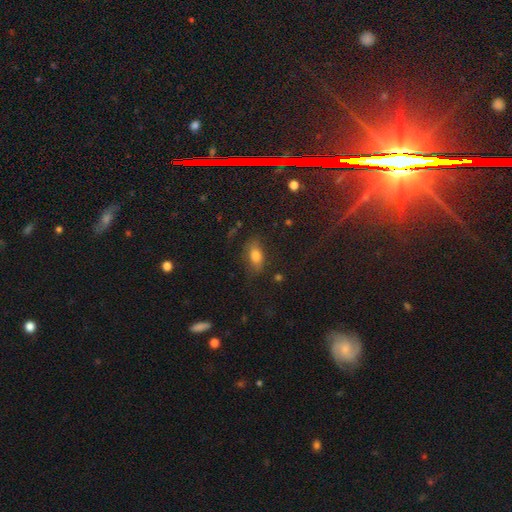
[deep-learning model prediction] This is likely a smooth galaxy (74%). How rounded: clearly in between (84%). Merging: likely none (72%).